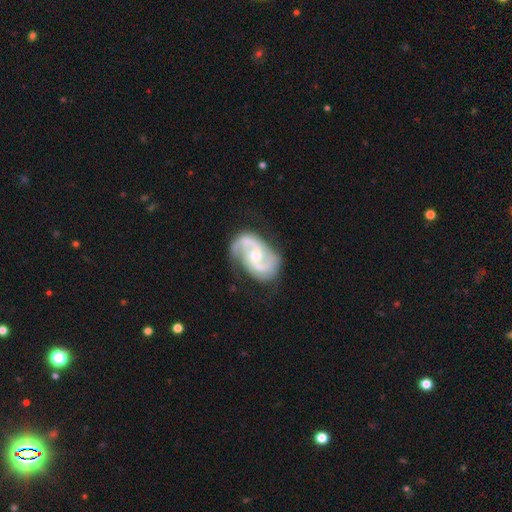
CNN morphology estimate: A featured or disk galaxy (91%) with no bar (51%), 2 (88%) medium (56%) spiral arms (97%) and a moderate central bulge (64%).

Vote fractions:
- Smooth or featured? featured or disk: 91% / smooth: 5% / star or artifact: 4%
- Edge-on disk? no: 98% / yes: 2%
- Bar? no: 51% / weak: 39% / strong: 10%
- Spiral arms? yes: 97% / no: 3%
- Spiral winding? medium: 56% / tight: 26% / loose: 18%
- Spiral arm count? 2: 88% / 3: 4% / can't tell: 4% / 1: 2% / 4: 1% / more than 4: 1%
- Bulge size? moderate: 64% / small: 30% / large: 3% / none: 1% / dominant: 1%
- Merging? none: 73% / minor disturbance: 18% / major disturbance: 7% / merger: 2%